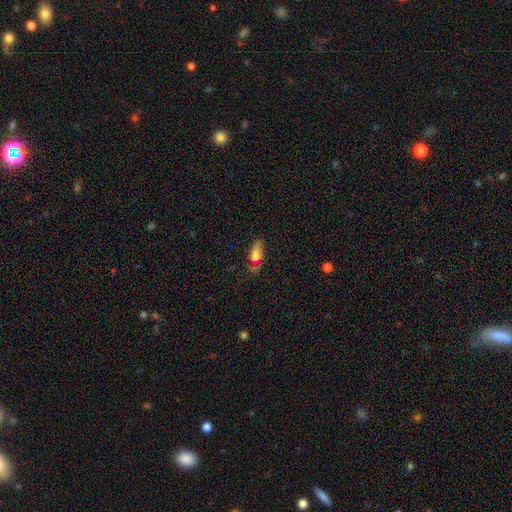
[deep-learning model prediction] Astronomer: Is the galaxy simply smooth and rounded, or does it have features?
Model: smooth — 71%.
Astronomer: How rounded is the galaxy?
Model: in between — 83%.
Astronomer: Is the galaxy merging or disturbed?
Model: none — 44% (runner-up: minor disturbance, 29%).